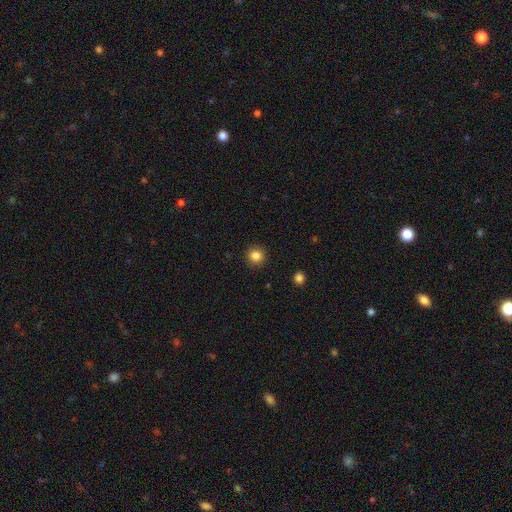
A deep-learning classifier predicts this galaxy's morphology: type=smooth (84%); roundness=round (93%); merging=none (91%).